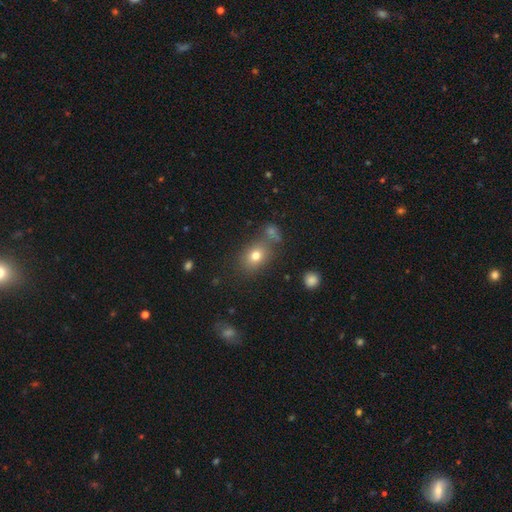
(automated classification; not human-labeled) Morphology: type=smooth (75%); roundness=in between (62%); merging=none (65%).